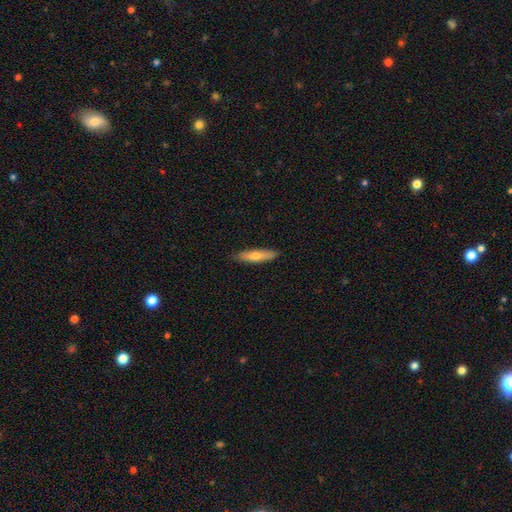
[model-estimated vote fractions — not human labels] This is likely a smooth galaxy (63%). How rounded: clearly cigar-shaped (83%). Merging: clearly none (89%).